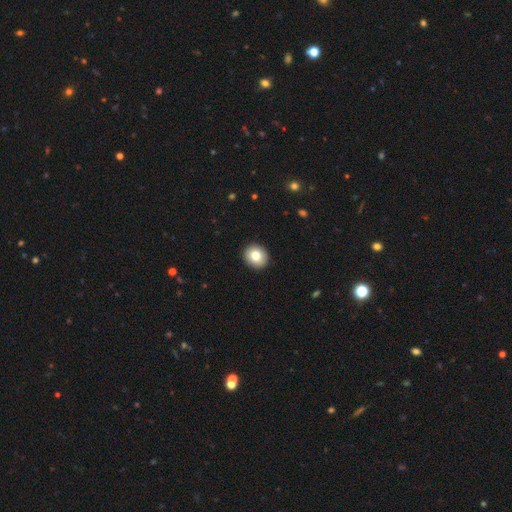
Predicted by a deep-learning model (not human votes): Q: Smooth or featured?
A: smooth (80%); runner-up: featured or disk (11%)
Q: How rounded?
A: round (83%); runner-up: in between (16%)
Q: Merging?
A: none (92%); runner-up: minor disturbance (5%)